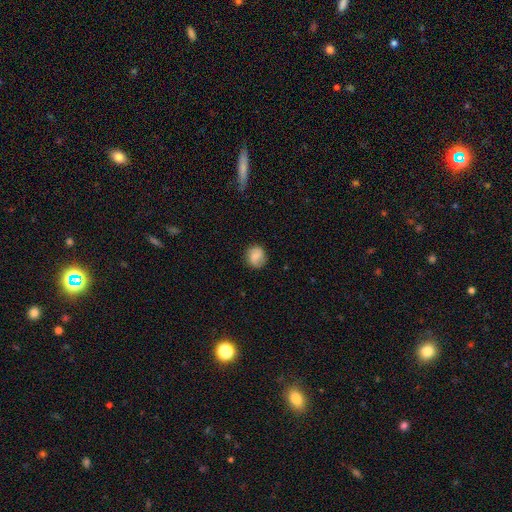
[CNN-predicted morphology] This appears to be a smooth galaxy with no disk features (77%) that is round (82%). Merging: none (80%).